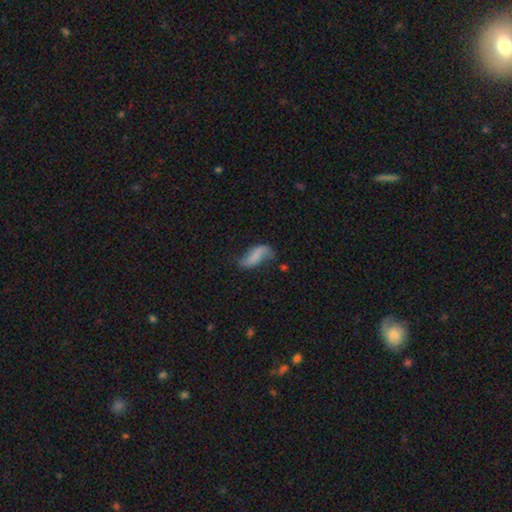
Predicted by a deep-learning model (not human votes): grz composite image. It shows a smooth galaxy with no disk features (50%). Merging: none (47%).